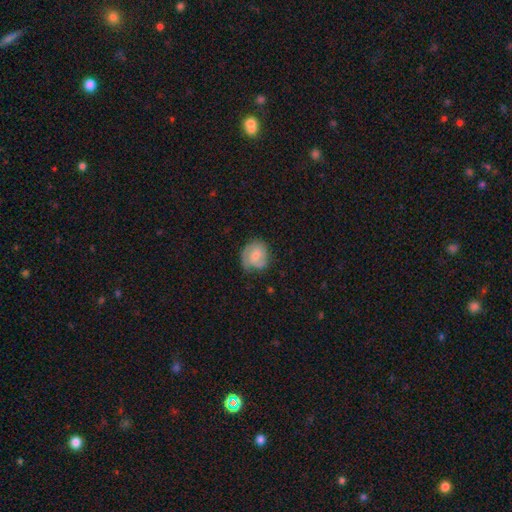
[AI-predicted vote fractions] Morphology: type=featured or disk (49%); merging=none (57%).